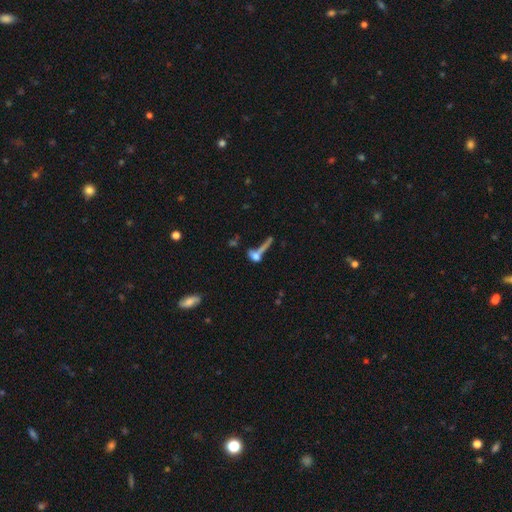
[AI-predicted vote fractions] This is possibly a smooth galaxy (55%). How rounded: marginally in between (40%). Merging: marginally merger (35%).